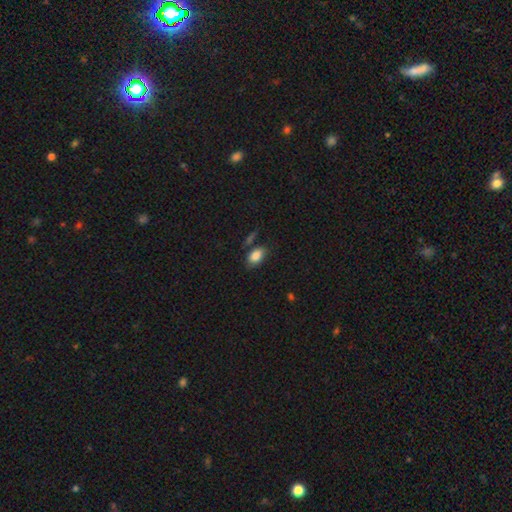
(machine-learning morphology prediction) This appears to be a smooth galaxy with no disk features (85%) that is in between round and cigar-shaped (90%). Merging: none (71%).